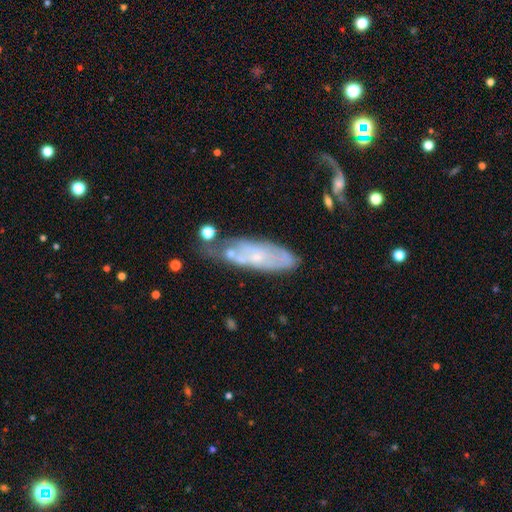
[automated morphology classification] Smooth or featured? Predicted: featured or disk (p=0.54). Edge-on disk? Predicted: no (p=0.78). Merging? Predicted: none (p=0.45).